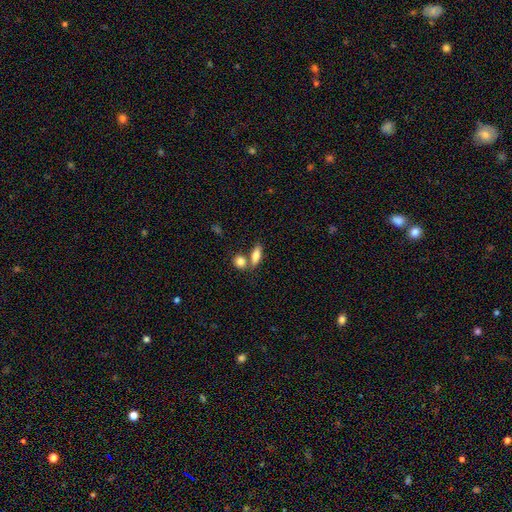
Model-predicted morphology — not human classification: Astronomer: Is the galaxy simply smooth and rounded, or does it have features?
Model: smooth — 79%.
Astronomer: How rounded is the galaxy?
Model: in between — 67%.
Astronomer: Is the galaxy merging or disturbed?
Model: none — 56%.